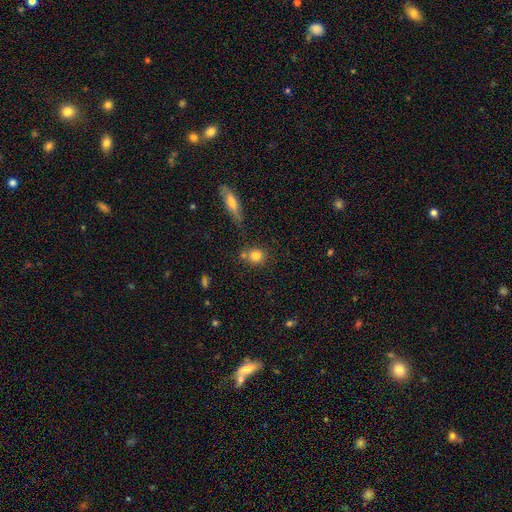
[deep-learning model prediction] smooth_or_featured: smooth (p=0.80) [alt: star or artifact p=0.10]
how_rounded: round (p=0.78) [alt: in between p=0.20]
merging: none (p=0.68) [alt: merger p=0.16]